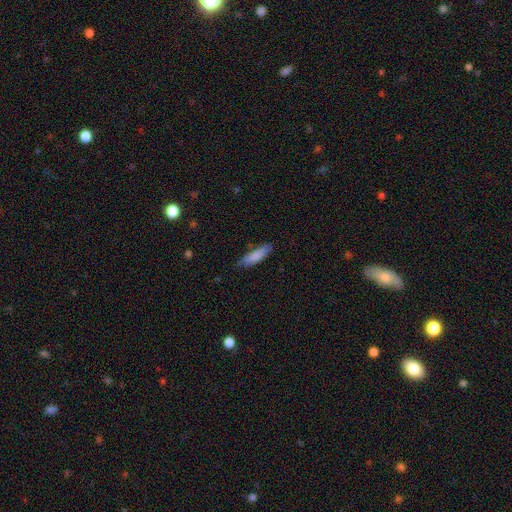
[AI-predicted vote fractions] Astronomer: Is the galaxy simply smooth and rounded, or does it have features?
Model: smooth — 84%.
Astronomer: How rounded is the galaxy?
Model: cigar-shaped — 64%.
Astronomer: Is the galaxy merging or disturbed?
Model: none — 76%.